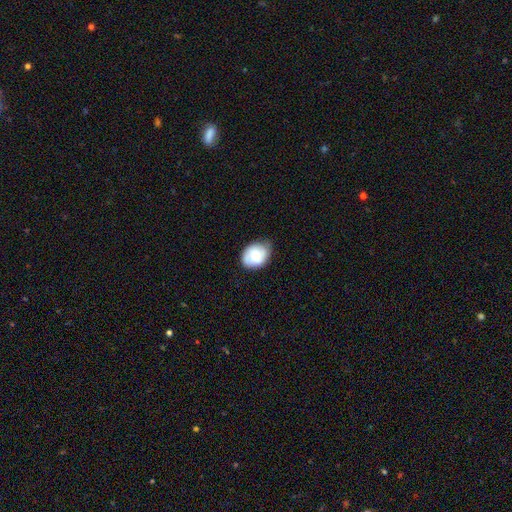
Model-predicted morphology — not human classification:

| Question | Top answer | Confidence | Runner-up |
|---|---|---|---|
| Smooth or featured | smooth | 71% | featured or disk (22%) |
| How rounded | in between | 59% | round (40%) |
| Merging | none | 65% | minor disturbance (29%) |